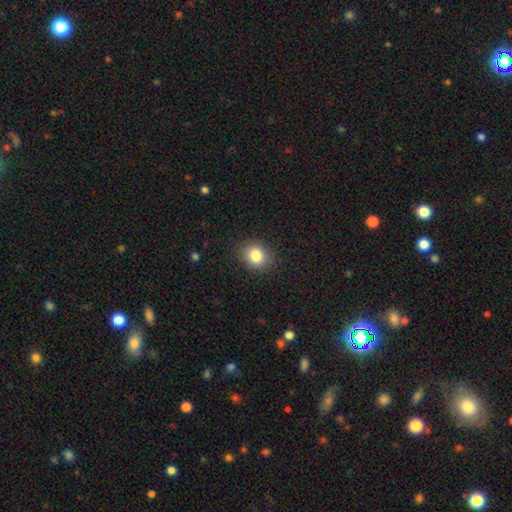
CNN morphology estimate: A smooth galaxy with no disk features (84%) that is round (72%). Merging: none (88%).